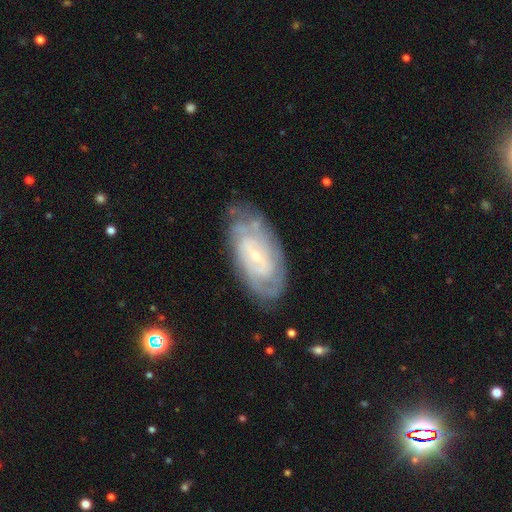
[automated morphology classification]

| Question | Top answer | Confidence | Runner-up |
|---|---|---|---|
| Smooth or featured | featured or disk | 80% | smooth (14%) |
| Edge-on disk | no | 94% | yes (6%) |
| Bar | no | 52% | weak (37%) |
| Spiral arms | yes | 90% | no (10%) |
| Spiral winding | tight | 70% | medium (24%) |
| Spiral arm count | can't tell | 49% | 2 (23%) |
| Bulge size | small | 80% | moderate (15%) |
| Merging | none | 72% | minor disturbance (19%) |